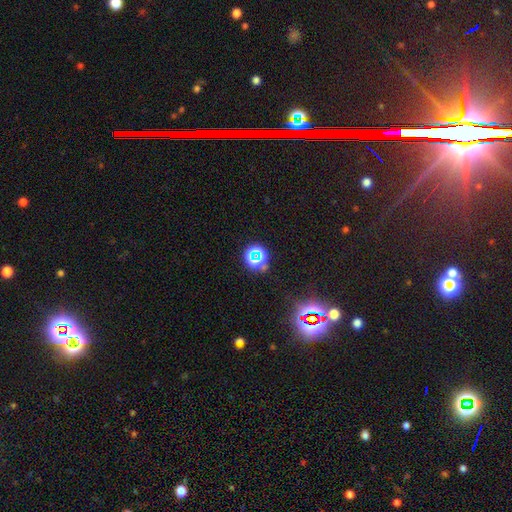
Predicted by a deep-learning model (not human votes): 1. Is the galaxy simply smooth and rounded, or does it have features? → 67% star or artifact, 23% smooth, 10% featured or disk.